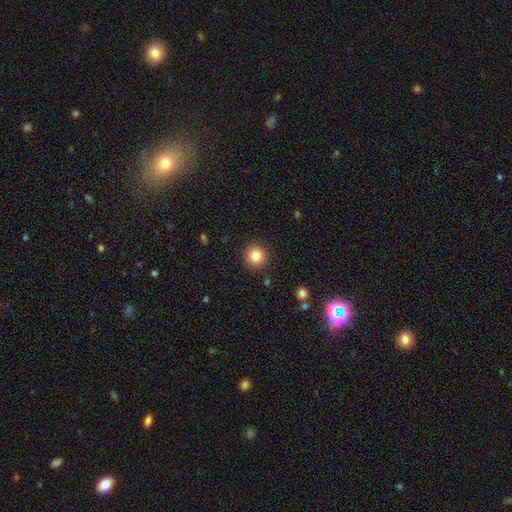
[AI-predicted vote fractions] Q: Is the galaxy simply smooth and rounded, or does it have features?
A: smooth — 84%.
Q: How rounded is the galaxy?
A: round — 92%.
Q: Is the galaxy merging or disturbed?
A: none — 90%.